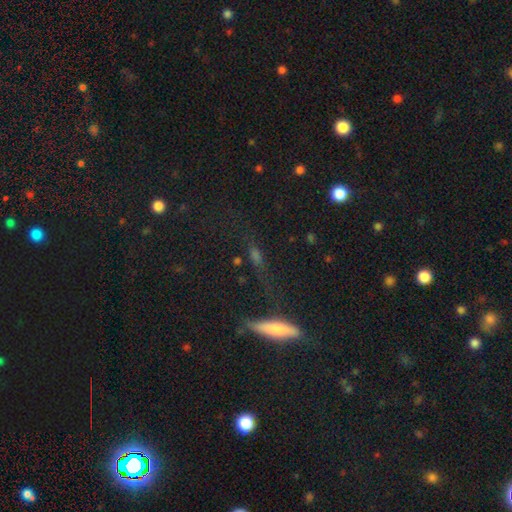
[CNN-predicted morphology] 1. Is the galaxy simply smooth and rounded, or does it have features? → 46% smooth, 30% star or artifact, 24% featured or disk.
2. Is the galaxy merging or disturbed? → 66% none, 16% minor disturbance, 11% major disturbance, 7% merger.